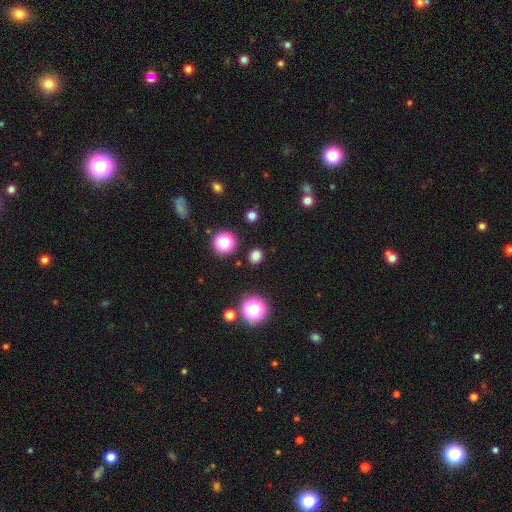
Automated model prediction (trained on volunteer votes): Smooth or featured: smooth — 75% (star or artifact — 21%)
How rounded: round — 77% (in between — 22%)
Merging: none — 89% (minor disturbance — 7%)